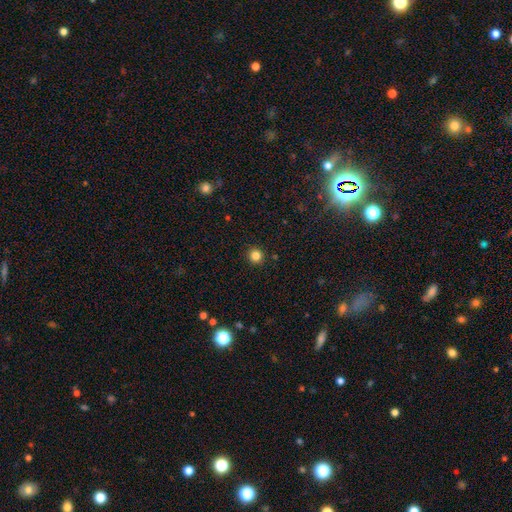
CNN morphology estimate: smooth_or_featured: smooth (p=0.83) [alt: star or artifact p=0.13]
how_rounded: round (p=0.95) [alt: in between p=0.04]
merging: none (p=0.93) [alt: minor disturbance p=0.05]